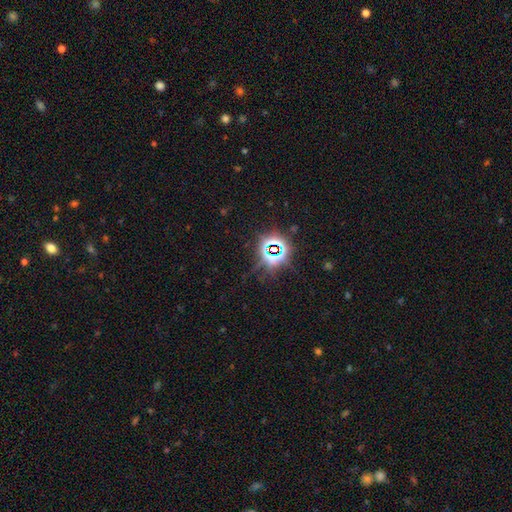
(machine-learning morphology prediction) This is clearly a star or artifact rather than a galaxy (80%).